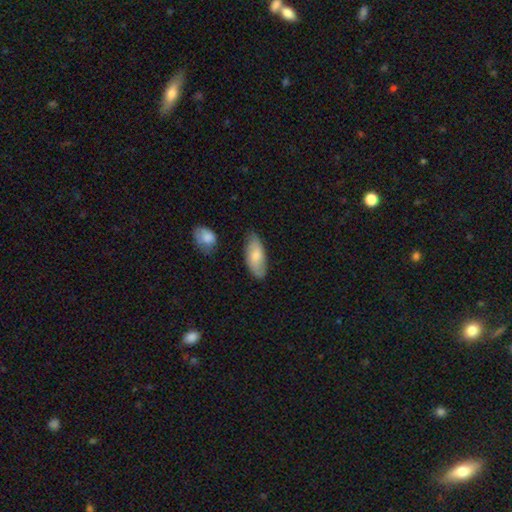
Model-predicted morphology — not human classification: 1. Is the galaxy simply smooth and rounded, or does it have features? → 68% smooth, 26% featured or disk, 6% star or artifact.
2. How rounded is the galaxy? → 88% in between, 10% cigar-shaped, 2% round.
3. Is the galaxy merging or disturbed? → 74% none, 19% minor disturbance, 4% merger, 3% major disturbance.